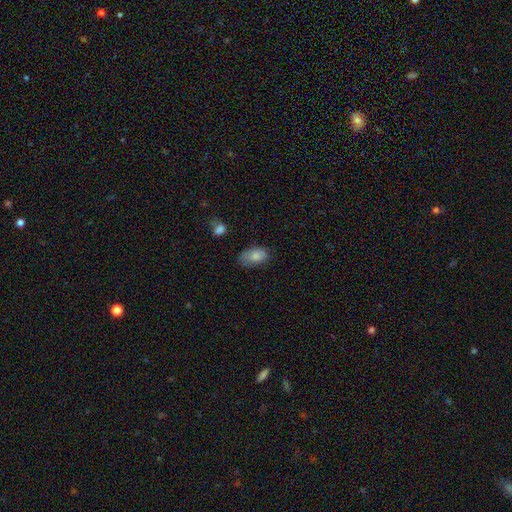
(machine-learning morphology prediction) Q: Smooth or featured?
A: smooth (83%); runner-up: featured or disk (9%)
Q: How rounded?
A: in between (91%); runner-up: round (7%)
Q: Merging?
A: none (61%); runner-up: minor disturbance (28%)